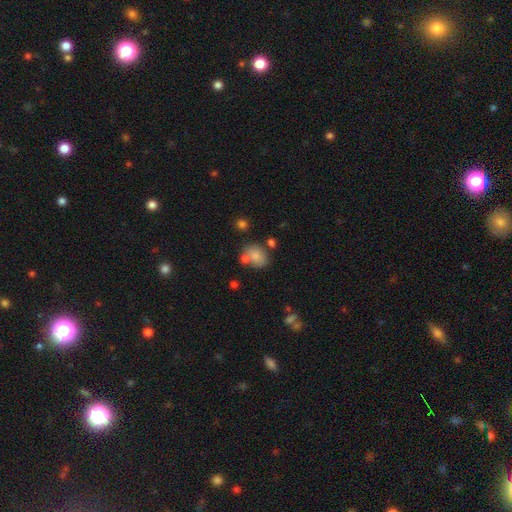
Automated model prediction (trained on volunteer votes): Q: Smooth or featured?
A: smooth (78%); runner-up: featured or disk (12%)
Q: How rounded?
A: in between (50%); runner-up: round (49%)
Q: Merging?
A: none (61%); runner-up: merger (18%)